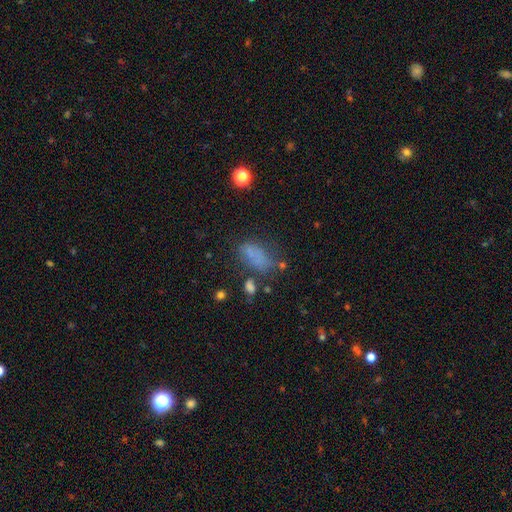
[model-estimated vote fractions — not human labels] smooth_or_featured: smooth (p=0.61) [alt: featured or disk p=0.21]
how_rounded: in between (p=0.87) [alt: round p=0.08]
merging: none (p=0.41) [alt: minor disturbance p=0.25]